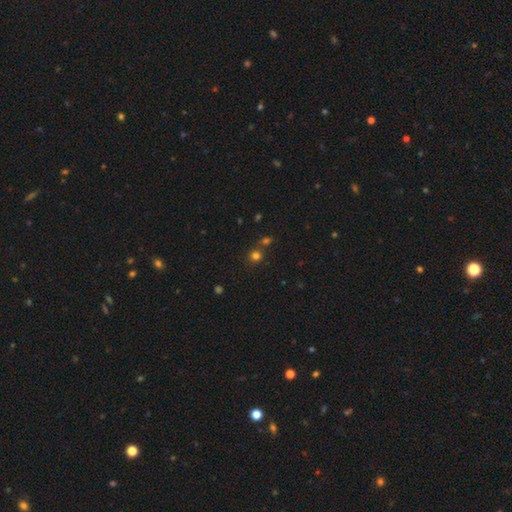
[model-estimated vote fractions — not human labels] This appears to be a smooth galaxy with no disk features (73%) that is round (90%). Merging: none (74%).